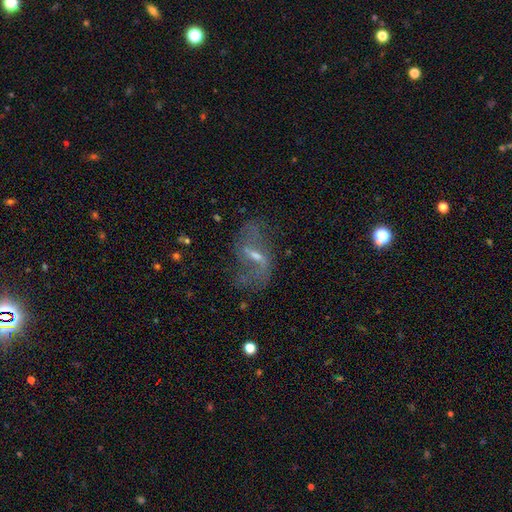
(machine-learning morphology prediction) Q: Smooth or featured?
A: featured or disk (78%); runner-up: smooth (12%)
Q: Edge-on disk?
A: no (94%); runner-up: yes (6%)
Q: Bar?
A: weak (50%); runner-up: strong (37%)
Q: Spiral arms?
A: yes (84%); runner-up: no (16%)
Q: Spiral winding?
A: loose (74%); runner-up: medium (21%)
Q: Spiral arm count?
A: 2 (84%); runner-up: can't tell (7%)
Q: Bulge size?
A: small (47%); runner-up: moderate (37%)
Q: Merging?
A: none (60%); runner-up: major disturbance (19%)